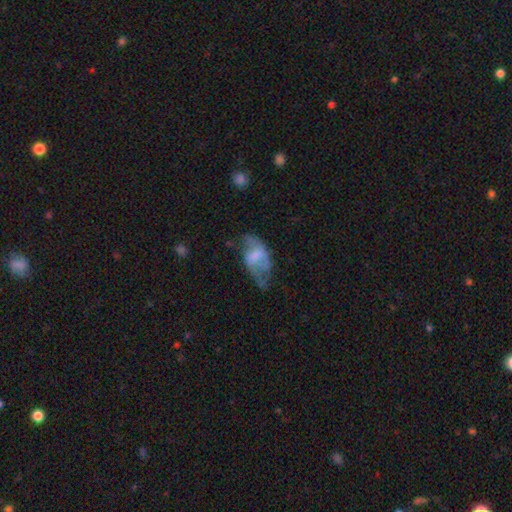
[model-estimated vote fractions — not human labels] A featured or disk galaxy (54%) with a weak bar (44%), spiral arms (58%) and no central bulge (33%).

Vote fractions:
- Smooth or featured? featured or disk: 54% / smooth: 39% / star or artifact: 8%
- Edge-on disk? no: 93% / yes: 7%
- Bar? weak: 44% / no: 37% / strong: 19%
- Spiral arms? yes: 58% / no: 42%
- Bulge size? none: 33% / moderate: 28% / small: 25% / large: 11% / dominant: 2%
- Merging? none: 37% / major disturbance: 30% / minor disturbance: 29% / merger: 3%